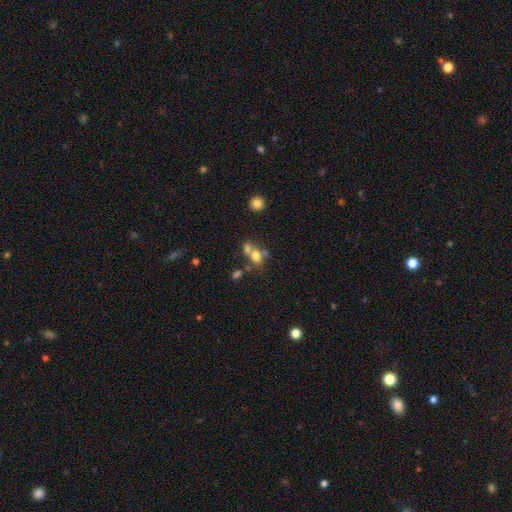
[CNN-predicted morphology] A smooth galaxy with no disk features (67%) that is in between round and cigar-shaped (52%).

Vote fractions:
- Smooth or featured? smooth: 67% / featured or disk: 19% / star or artifact: 14%
- How rounded? in between: 52% / round: 45% / cigar-shaped: 2%
- Merging? merger: 50% / none: 33% / minor disturbance: 10% / major disturbance: 6%